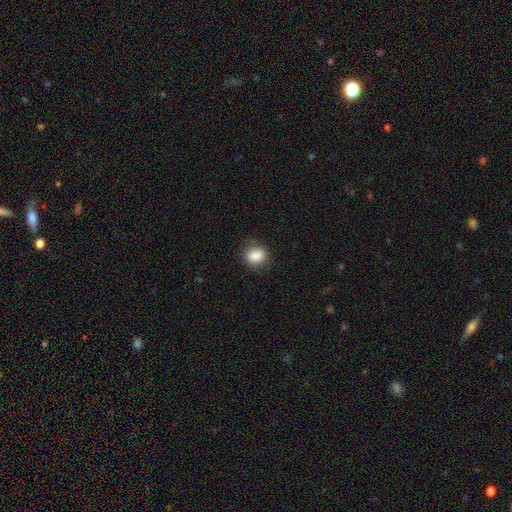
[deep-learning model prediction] smooth-or-featured: smooth: 86% | star or artifact: 9% | featured or disk: 5%
  how-rounded: round: 55% | in between: 44% | cigar-shaped: 1%
  merging: none: 79% | minor disturbance: 16% | major disturbance: 4% | merger: 1%